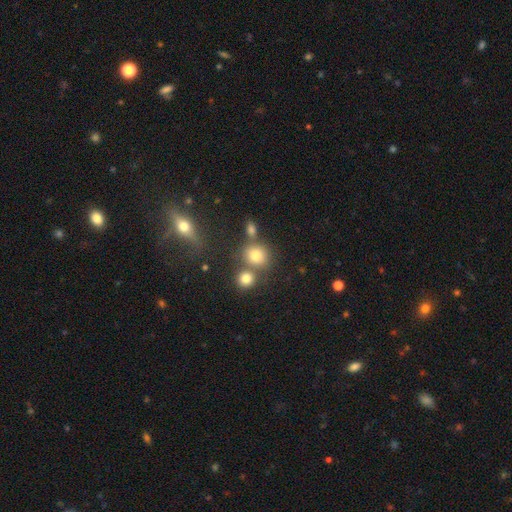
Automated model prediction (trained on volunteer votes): Smooth or featured? Predicted: smooth (p=0.77). How rounded? Predicted: round (p=0.76). Merging? Predicted: none (p=0.57).